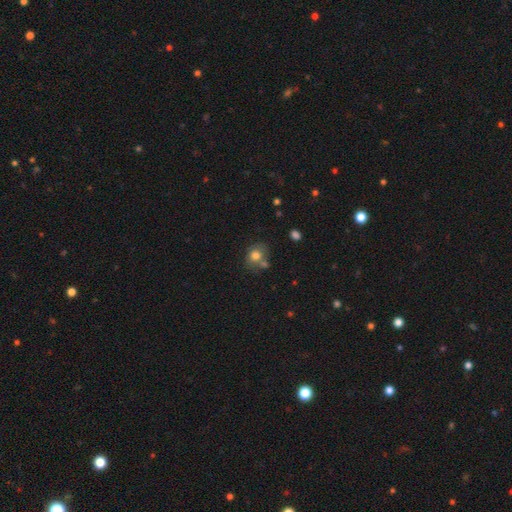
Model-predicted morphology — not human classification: Smooth or featured?
  - smooth: 75% *
  - featured or disk: 15%
  - star or artifact: 10%
How rounded?
  - round: 60% *
  - in between: 39%
  - cigar-shaped: 1%
Merging?
  - none: 52% *
  - merger: 23%
  - minor disturbance: 19%
  - major disturbance: 7%